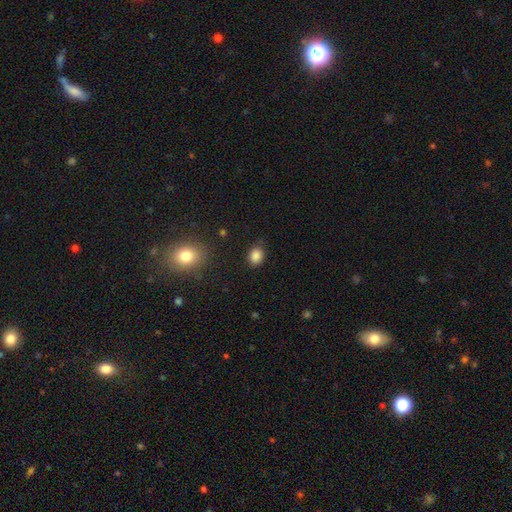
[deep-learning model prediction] Smooth or featured?
  - smooth: 86% *
  - star or artifact: 10%
  - featured or disk: 4%
How rounded?
  - round: 54% *
  - in between: 45%
  - cigar-shaped: 1%
Merging?
  - none: 84% *
  - minor disturbance: 12%
  - major disturbance: 3%
  - merger: 2%